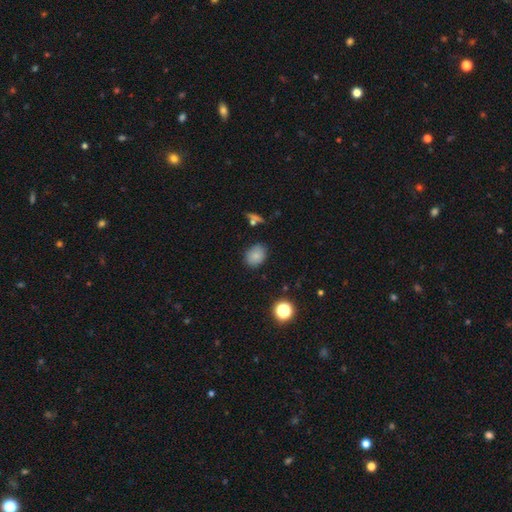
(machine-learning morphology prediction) Smooth or featured: smooth — 81% (star or artifact — 11%)
How rounded: in between — 61% (round — 38%)
Merging: none — 83% (minor disturbance — 12%)